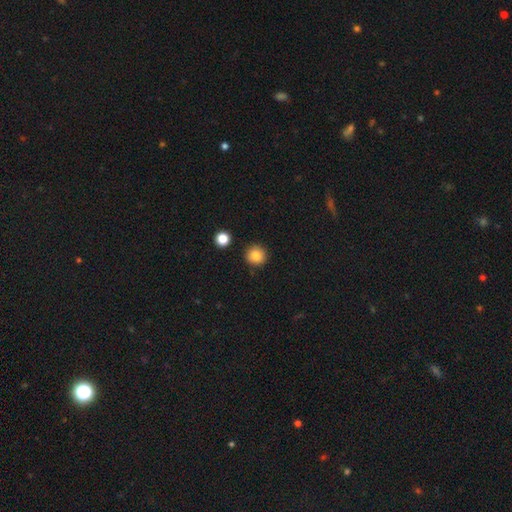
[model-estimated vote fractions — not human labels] Smooth or featured: smooth — 85% (star or artifact — 10%)
How rounded: round — 94% (in between — 5%)
Merging: none — 90% (minor disturbance — 6%)